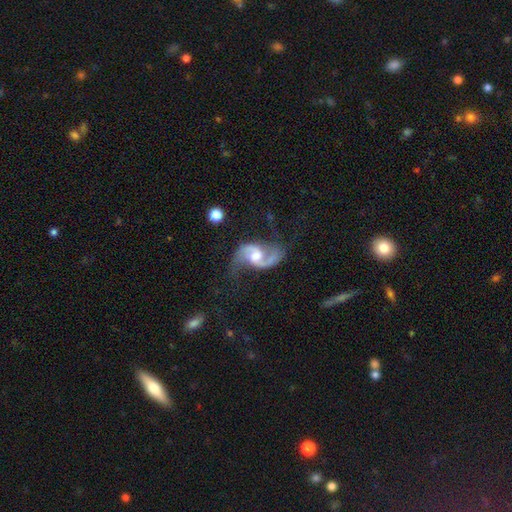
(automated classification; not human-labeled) featured or disk 91%, smooth 5%, star or artifact 4%. Down the decision tree: edge-on disk — no (98%); bar — weak (46%); spiral arms — yes (97%); spiral arm count — 2 (93%); spiral winding — loose (50%); bulge size — moderate (63%); merging — none (62%).